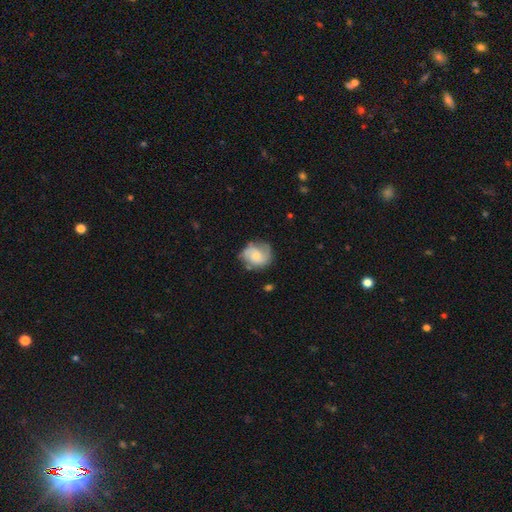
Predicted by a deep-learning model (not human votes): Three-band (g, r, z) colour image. It shows a featured or disk galaxy (49%). Merging: none (59%).